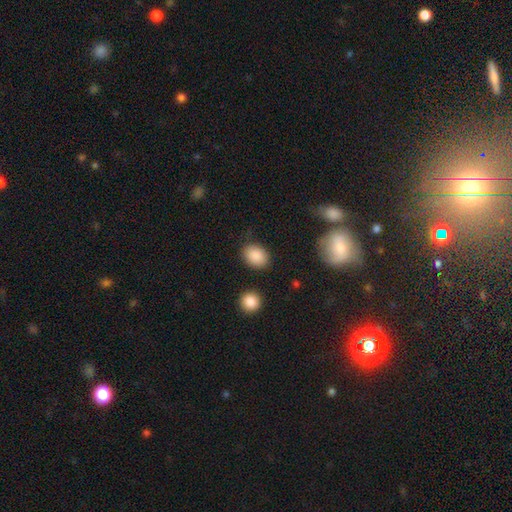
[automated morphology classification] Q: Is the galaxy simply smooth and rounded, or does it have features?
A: smooth — 88%.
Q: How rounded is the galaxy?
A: in between — 62%.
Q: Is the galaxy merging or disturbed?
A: none — 81%.